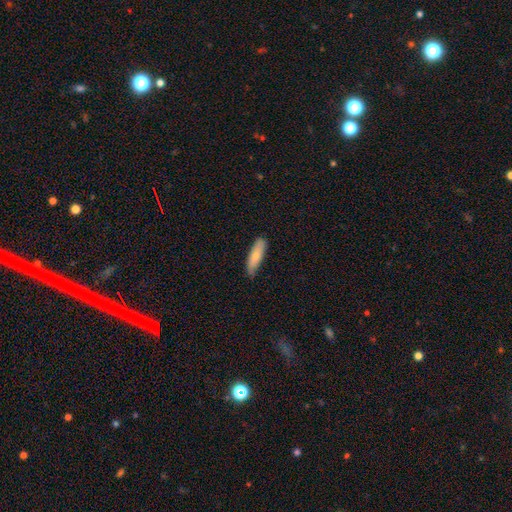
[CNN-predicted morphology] smooth-or-featured: smooth: 77% | featured or disk: 18% | star or artifact: 6%
  how-rounded: cigar-shaped: 61% | in between: 38% | round: 2%
  merging: none: 79% | minor disturbance: 18% | major disturbance: 2% | merger: 1%